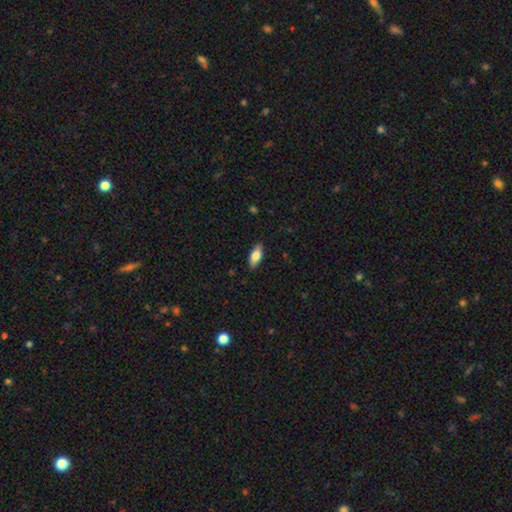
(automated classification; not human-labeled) This is likely a smooth galaxy (77%). How rounded: clearly in between (82%). Merging: clearly none (87%).